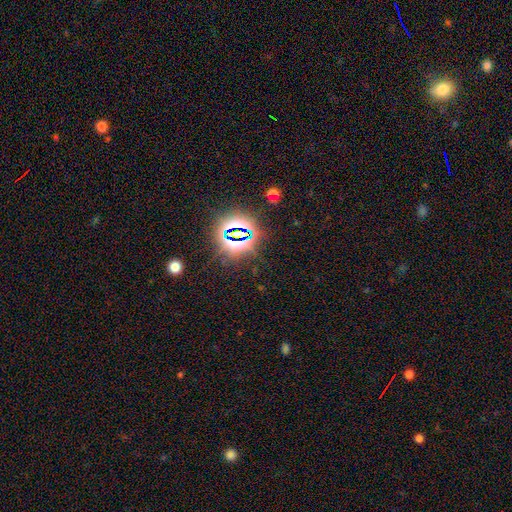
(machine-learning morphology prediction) smooth-or-featured: star or artifact: 79% | smooth: 14% | featured or disk: 8%